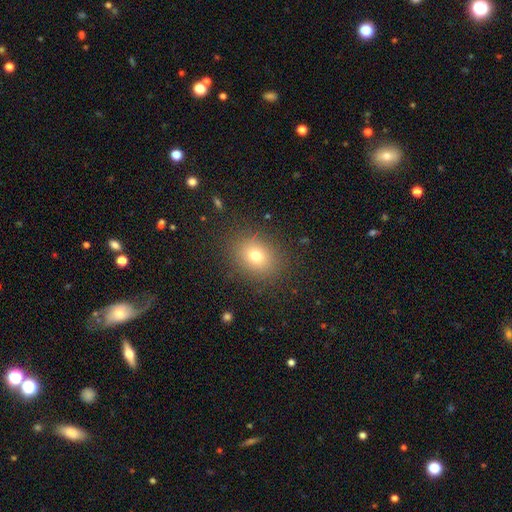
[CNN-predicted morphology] The model was most divided on "how rounded": round: 59%, in between: 40%, cigar-shaped: 1%. More confident: merging — none (86%); smooth or featured — smooth (73%).